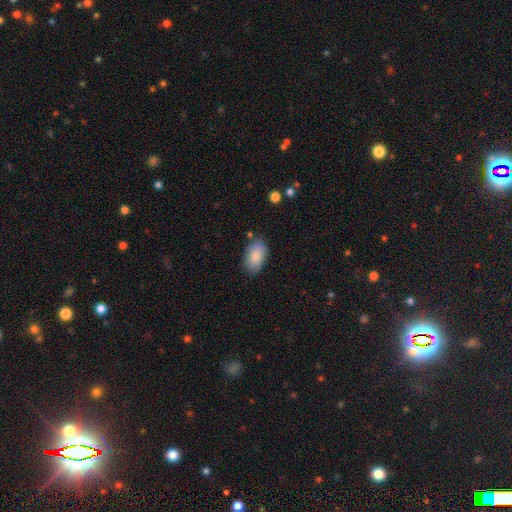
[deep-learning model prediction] Smooth or featured? smooth (86%)
How rounded? in between (93%)
Merging? none (79%)